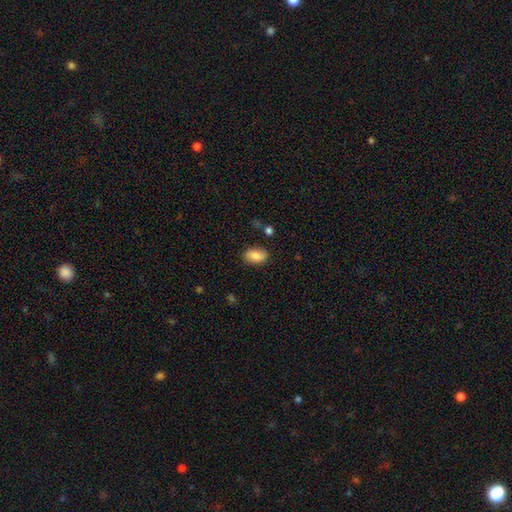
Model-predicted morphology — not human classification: Q: Smooth or featured?
A: smooth (82%); runner-up: featured or disk (11%)
Q: How rounded?
A: in between (91%); runner-up: round (7%)
Q: Merging?
A: none (81%); runner-up: minor disturbance (14%)